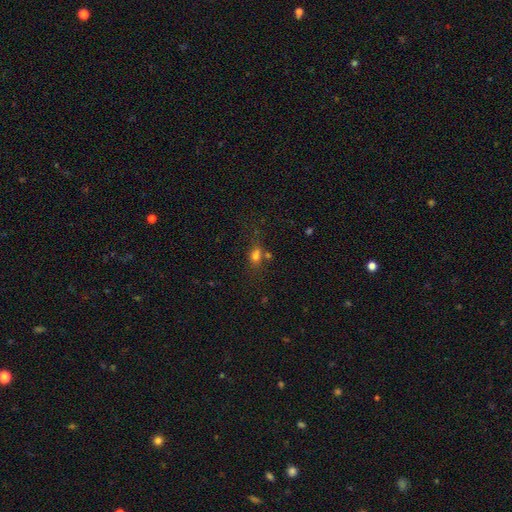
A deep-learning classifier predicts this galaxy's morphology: Q: Smooth or featured?
A: smooth (72%); runner-up: star or artifact (17%)
Q: How rounded?
A: in between (66%); runner-up: round (29%)
Q: Merging?
A: none (52%); runner-up: merger (23%)